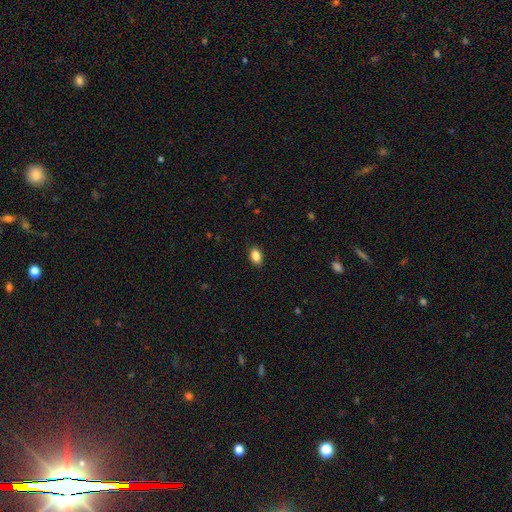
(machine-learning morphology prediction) type=smooth (88%); roundness=in between (87%); merging=none (88%).